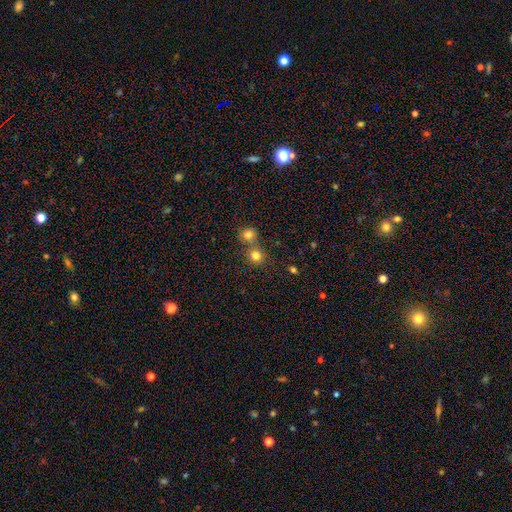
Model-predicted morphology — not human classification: Q: Smooth or featured?
A: smooth (79%); runner-up: star or artifact (14%)
Q: How rounded?
A: round (89%); runner-up: in between (10%)
Q: Merging?
A: none (55%); runner-up: merger (36%)